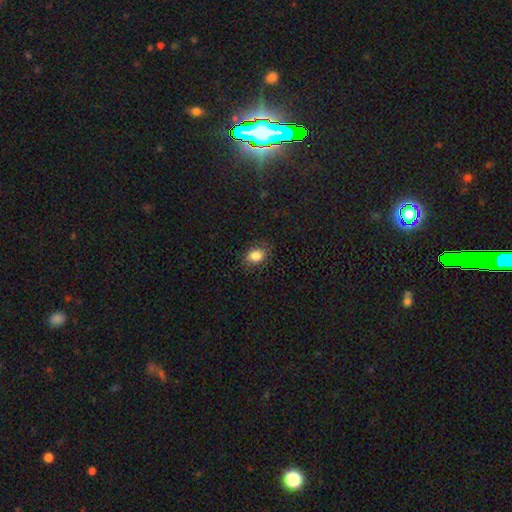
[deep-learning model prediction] smooth 84%, star or artifact 10%, featured or disk 6%. Down the decision tree: how rounded — in between (64%); merging — none (84%).